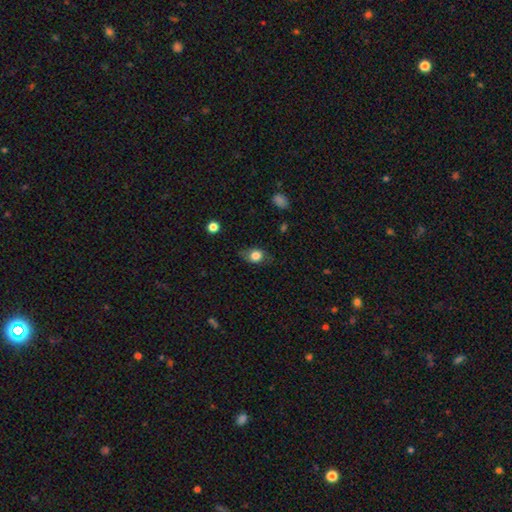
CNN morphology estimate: Smooth or featured? smooth (78%)
How rounded? in between (61%)
Merging? none (69%)